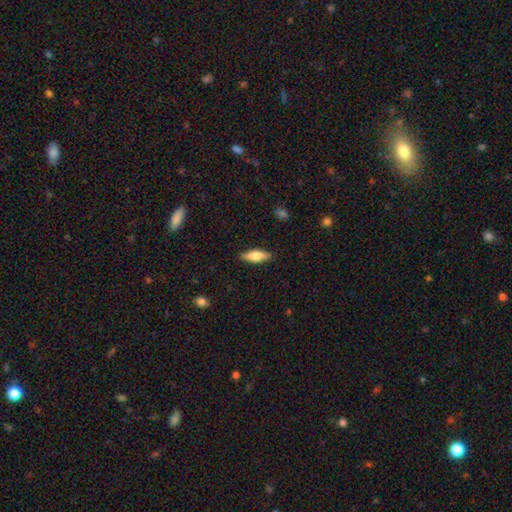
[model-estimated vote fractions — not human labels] This appears to be a smooth galaxy with no disk features (70%) that is in between round and cigar-shaped (55%). Merging: none (88%).